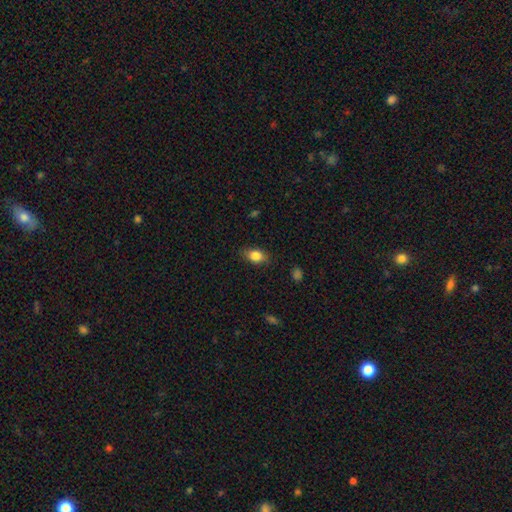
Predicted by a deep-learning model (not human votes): Overall: smooth (83%). How rounded: in between (81%). Merging: none (82%).